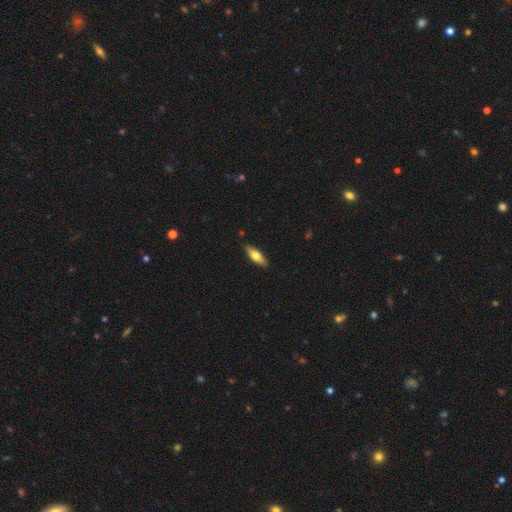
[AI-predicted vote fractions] This is likely a smooth galaxy (68%). How rounded: likely in between (62%). Merging: clearly none (87%).